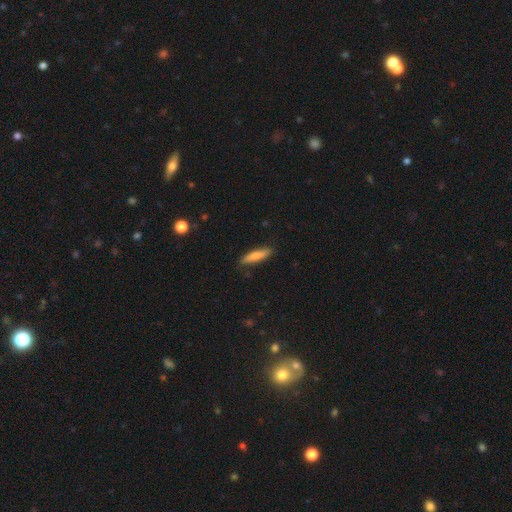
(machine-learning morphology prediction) Smooth or featured?
  - smooth: 79% *
  - featured or disk: 15%
  - star or artifact: 6%
How rounded?
  - cigar-shaped: 78% *
  - in between: 20%
  - round: 2%
Merging?
  - none: 85% *
  - minor disturbance: 12%
  - major disturbance: 2%
  - merger: 1%